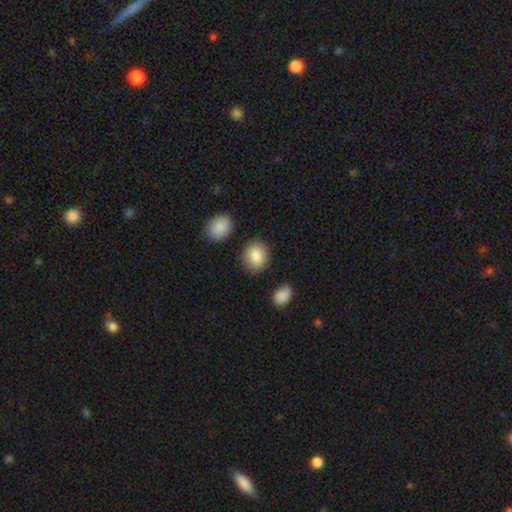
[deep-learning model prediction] This is clearly a smooth galaxy (86%). How rounded: likely round (64%). Merging: clearly none (83%).